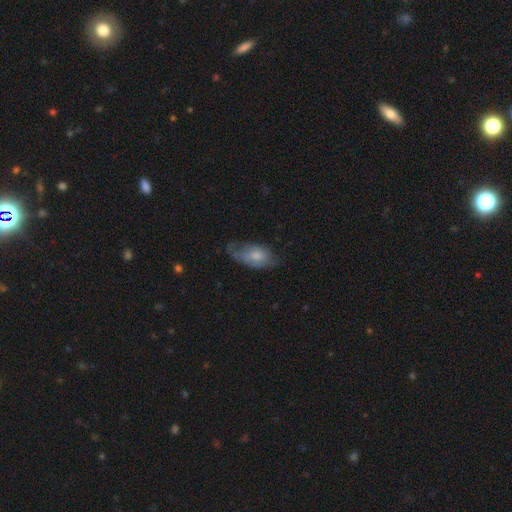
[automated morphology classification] Smooth or featured? smooth (61%)
How rounded? in between (91%)
Merging? none (39%)